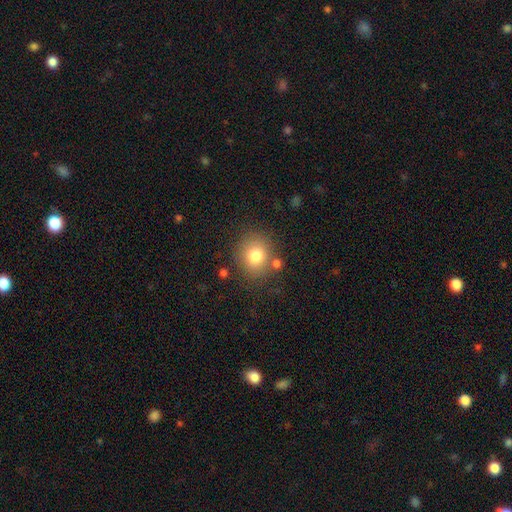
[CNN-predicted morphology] Overall: smooth (79%). How rounded: round (79%). Merging: none (75%).